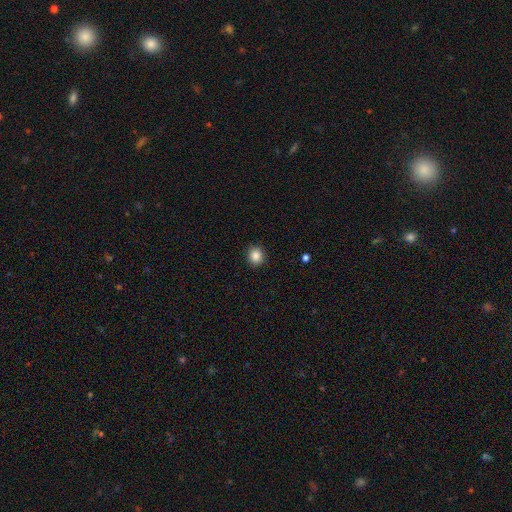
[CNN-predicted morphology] Q: Smooth or featured?
A: smooth (87%); runner-up: star or artifact (10%)
Q: How rounded?
A: round (78%); runner-up: in between (21%)
Q: Merging?
A: none (90%); runner-up: minor disturbance (7%)